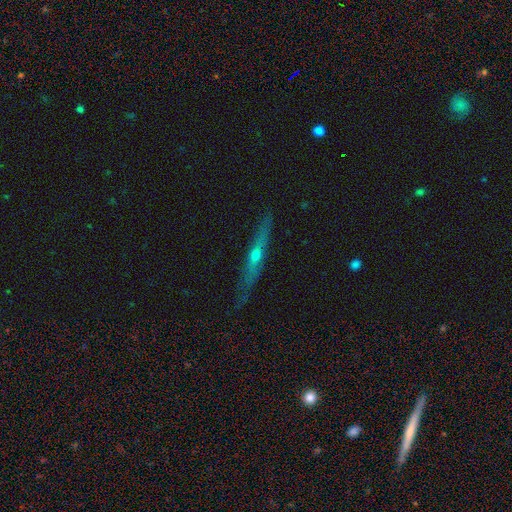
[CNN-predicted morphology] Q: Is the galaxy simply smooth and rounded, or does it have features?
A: featured or disk — 70%.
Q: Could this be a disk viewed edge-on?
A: yes — 93%.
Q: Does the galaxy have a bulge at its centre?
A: rounded — 81%.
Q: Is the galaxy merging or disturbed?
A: none — 81%.